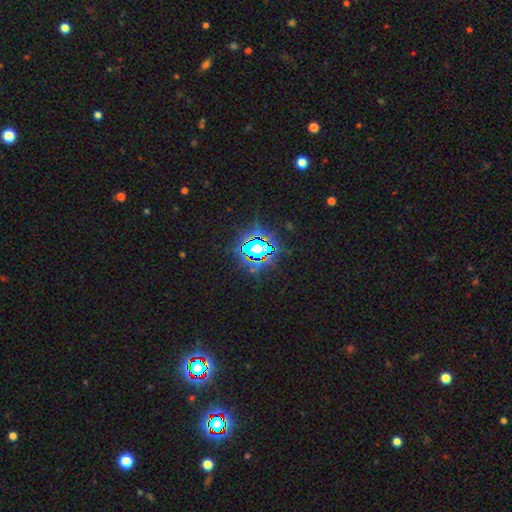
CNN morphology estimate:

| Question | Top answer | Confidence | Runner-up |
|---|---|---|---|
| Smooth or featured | star or artifact | 81% | smooth (11%) |